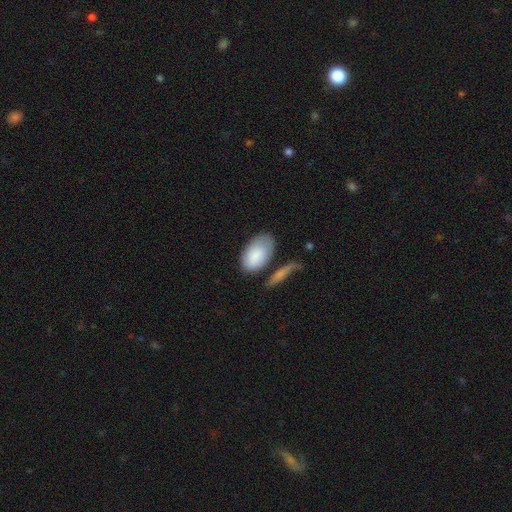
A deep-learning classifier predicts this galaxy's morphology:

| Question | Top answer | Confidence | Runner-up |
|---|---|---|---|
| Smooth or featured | smooth | 84% | featured or disk (11%) |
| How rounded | in between | 93% | round (5%) |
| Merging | none | 57% | minor disturbance (23%) |